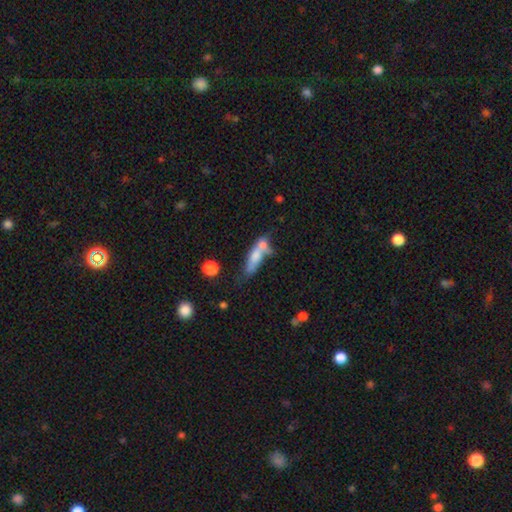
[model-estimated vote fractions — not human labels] smooth 63%, featured or disk 28%, star or artifact 9%. Down the decision tree: how rounded — cigar-shaped (53%); merging — merger (42%).